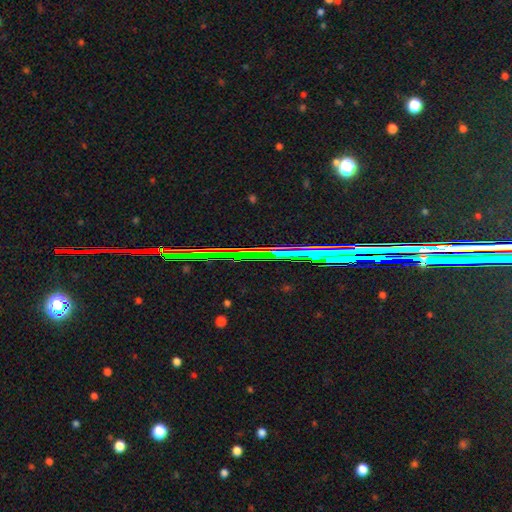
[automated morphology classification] Smooth or featured: star or artifact — 76% (featured or disk — 14%)